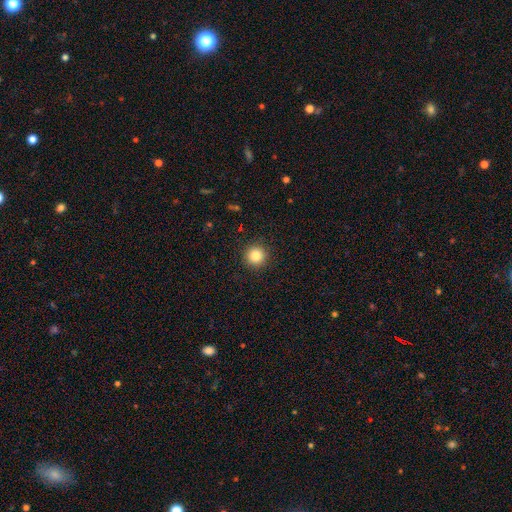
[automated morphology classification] Smooth or featured? Predicted: smooth (p=0.83). How rounded? Predicted: round (p=0.96). Merging? Predicted: none (p=0.92).